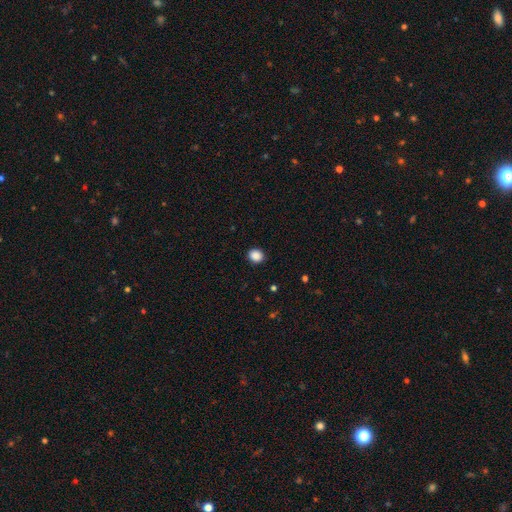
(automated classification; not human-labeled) Morphology: type=smooth (88%); roundness=round (74%); merging=none (91%).